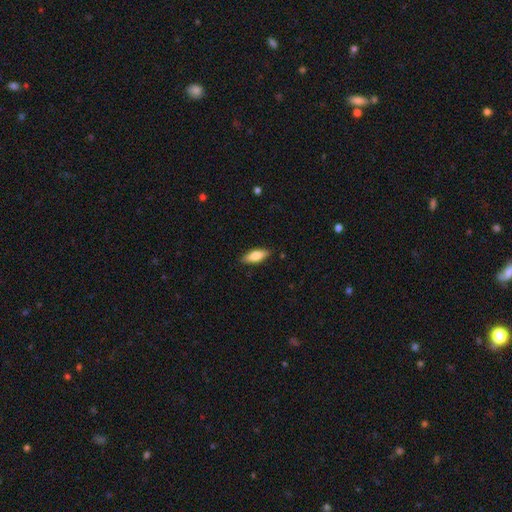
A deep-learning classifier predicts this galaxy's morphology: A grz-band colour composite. It shows a smooth galaxy with no disk features (74%) that is in between round and cigar-shaped (69%). Merging: none (87%).